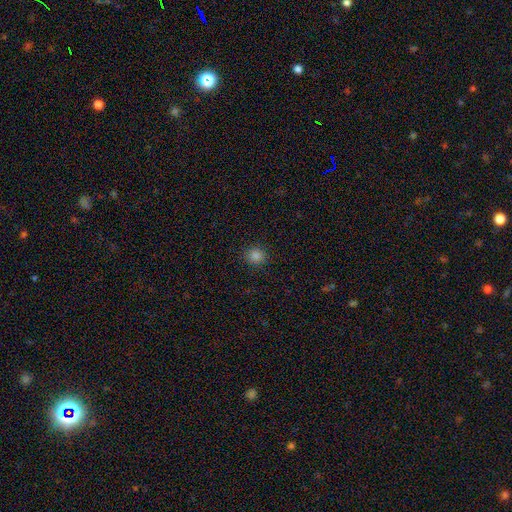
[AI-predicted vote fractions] A smooth galaxy with no disk features (82%) that is round (91%). Merging: none (91%).